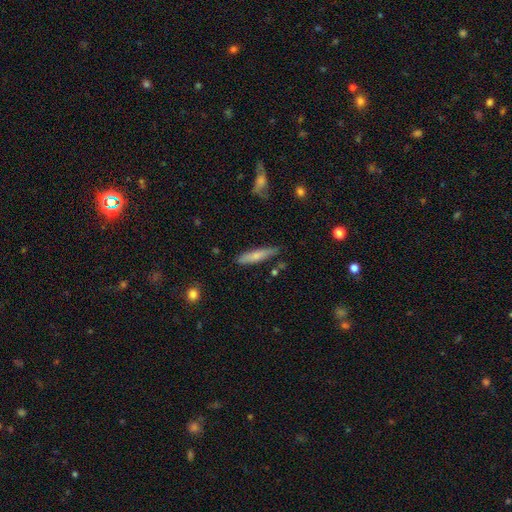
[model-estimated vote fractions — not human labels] A smooth galaxy with no disk features (68%) that is cigar-shaped (85%).

Vote fractions:
- Smooth or featured? smooth: 68% / featured or disk: 26% / star or artifact: 6%
- How rounded? cigar-shaped: 85% / in between: 14% / round: 2%
- Merging? none: 82% / minor disturbance: 13% / merger: 3% / major disturbance: 2%